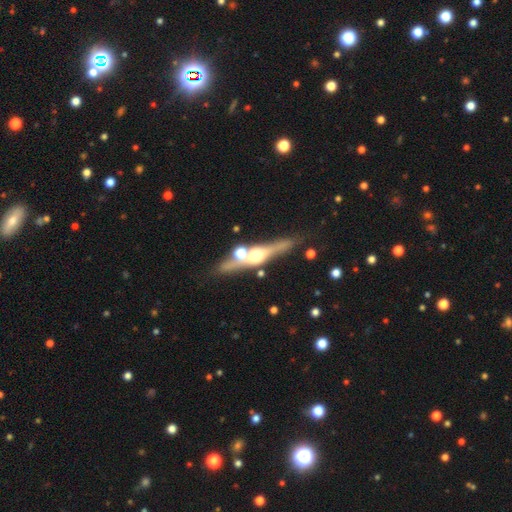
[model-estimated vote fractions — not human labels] Smooth or featured?
  - featured or disk: 75% *
  - smooth: 17%
  - star or artifact: 8%
Edge-on disk?
  - yes: 94% *
  - no: 6%
Edge-on bulge?
  - rounded: 93% *
  - boxy: 4%
  - none: 2%
Merging?
  - none: 72% *
  - merger: 12%
  - minor disturbance: 12%
  - major disturbance: 4%